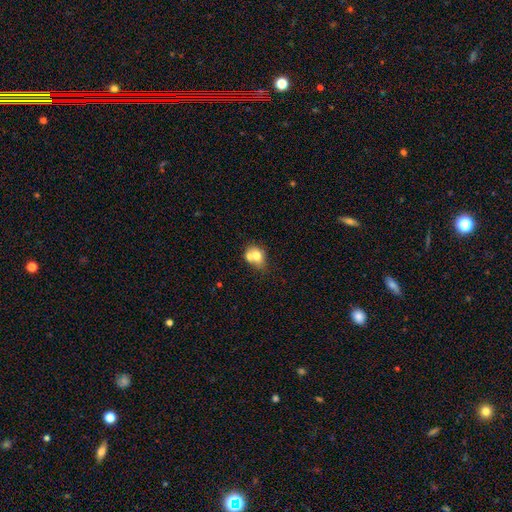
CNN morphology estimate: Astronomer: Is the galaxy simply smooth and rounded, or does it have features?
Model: smooth — 68%.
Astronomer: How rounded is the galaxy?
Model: in between — 50% (runner-up: round, 49%).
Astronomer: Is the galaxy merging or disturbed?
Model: merger — 56%.